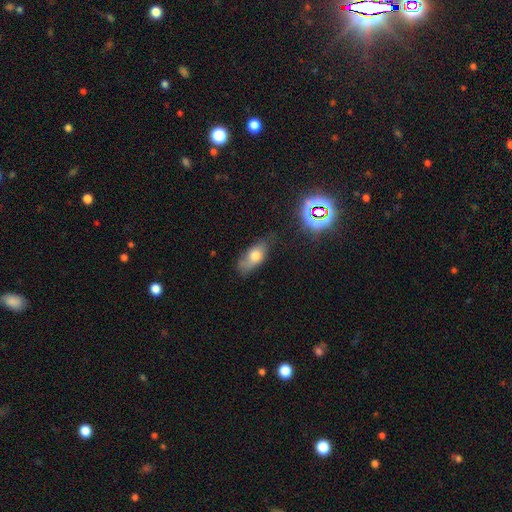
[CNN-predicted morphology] Overall: smooth (67%). How rounded: in between (82%). Merging: none (55%; minor disturbance 31%).